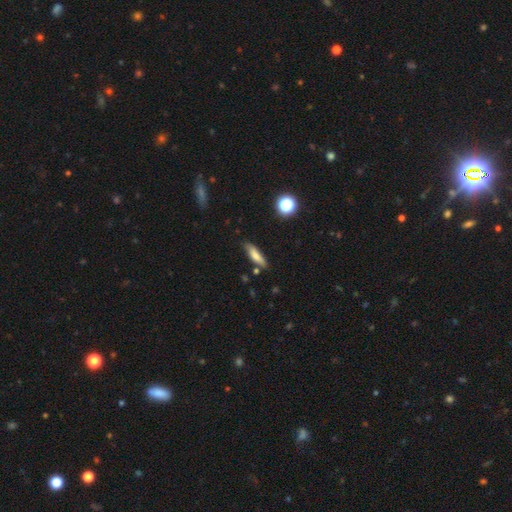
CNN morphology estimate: This appears to be a smooth galaxy with no disk features (71%) that is cigar-shaped (63%). Merging: none (79%).